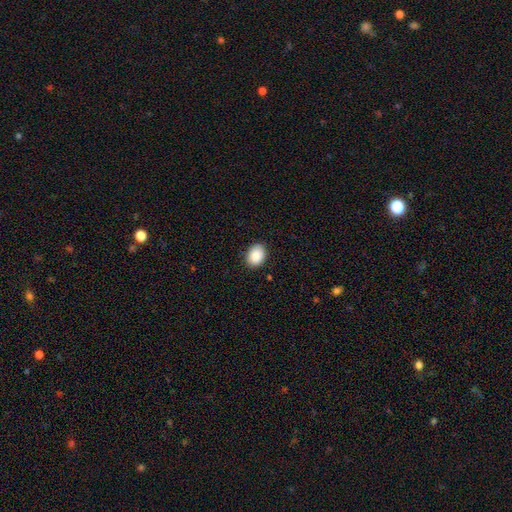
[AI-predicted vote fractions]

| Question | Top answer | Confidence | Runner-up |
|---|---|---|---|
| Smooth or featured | smooth | 89% | star or artifact (7%) |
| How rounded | in between | 74% | round (25%) |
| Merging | none | 87% | minor disturbance (10%) |